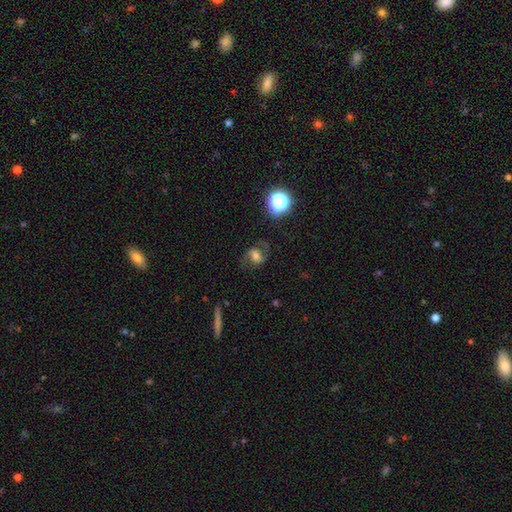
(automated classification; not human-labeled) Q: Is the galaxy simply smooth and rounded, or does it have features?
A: featured or disk — 59%.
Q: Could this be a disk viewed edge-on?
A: no — 97%.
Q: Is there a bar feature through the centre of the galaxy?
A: no — 40%, tied with weak.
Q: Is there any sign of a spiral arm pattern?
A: yes — 88%.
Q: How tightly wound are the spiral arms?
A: medium — 52%.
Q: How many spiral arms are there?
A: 2 — 87%.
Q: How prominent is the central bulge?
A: moderate — 52%.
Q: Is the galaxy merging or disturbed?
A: none — 69%.